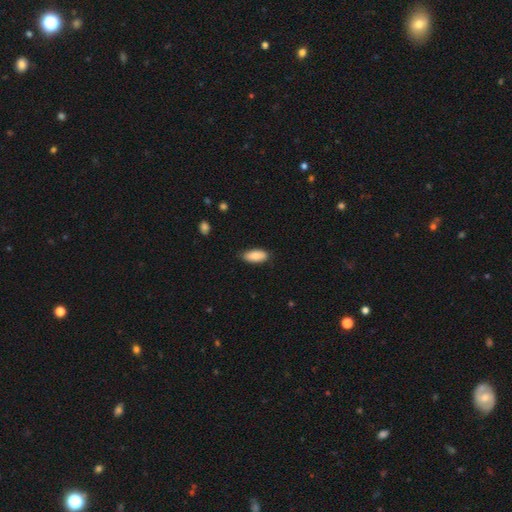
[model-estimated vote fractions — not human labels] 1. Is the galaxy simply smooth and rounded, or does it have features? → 86% smooth, 8% featured or disk, 6% star or artifact.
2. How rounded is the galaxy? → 90% in between, 8% cigar-shaped, 2% round.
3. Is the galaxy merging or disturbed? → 83% none, 14% minor disturbance, 2% major disturbance, 1% merger.